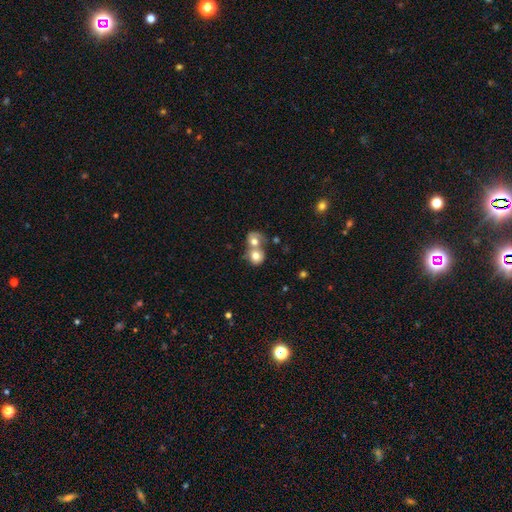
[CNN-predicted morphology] Q: Smooth or featured?
A: smooth (74%); runner-up: featured or disk (18%)
Q: How rounded?
A: round (75%); runner-up: in between (24%)
Q: Merging?
A: merger (70%); runner-up: none (20%)